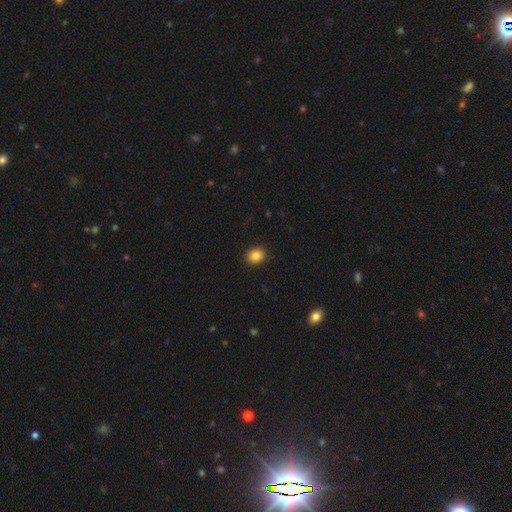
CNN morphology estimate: This is clearly a smooth galaxy (85%). How rounded: possibly round (60%). Merging: clearly none (91%).